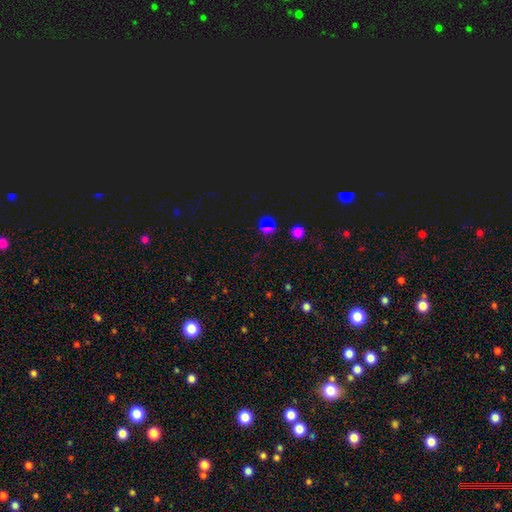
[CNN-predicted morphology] A star or artifact, not a galaxy (61%).